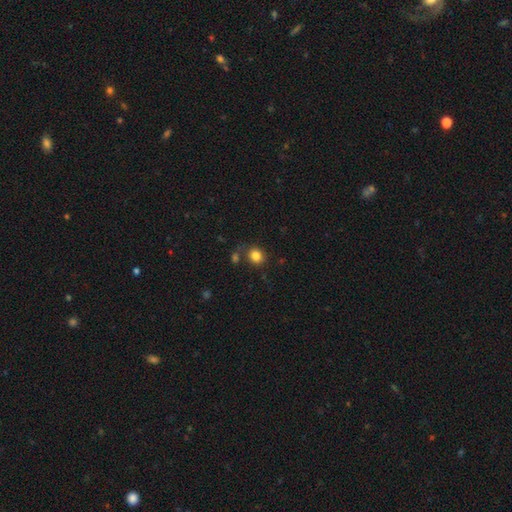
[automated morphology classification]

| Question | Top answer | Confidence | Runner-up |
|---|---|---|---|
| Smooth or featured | smooth | 84% | star or artifact (11%) |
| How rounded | round | 75% | in between (24%) |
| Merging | none | 74% | minor disturbance (12%) |